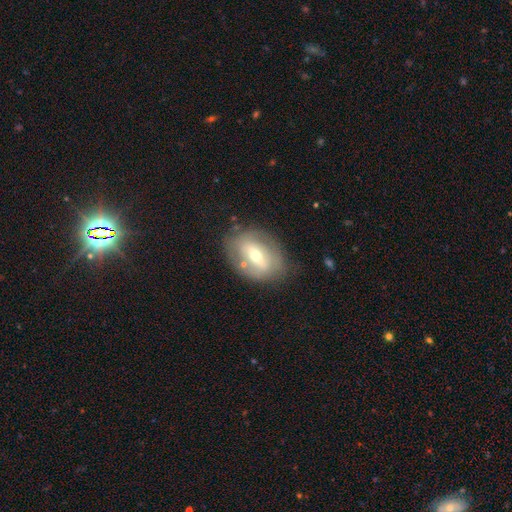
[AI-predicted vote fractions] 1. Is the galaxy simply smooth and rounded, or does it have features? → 57% featured or disk, 36% smooth, 7% star or artifact.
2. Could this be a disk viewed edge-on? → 88% no, 12% yes.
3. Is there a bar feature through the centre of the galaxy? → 40% strong, 38% weak, 22% no.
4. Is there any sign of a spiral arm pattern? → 66% no, 34% yes.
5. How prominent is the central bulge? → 62% moderate, 30% small, 6% large, 1% dominant, 1% none.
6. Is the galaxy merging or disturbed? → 72% none, 18% minor disturbance, 7% major disturbance, 3% merger.